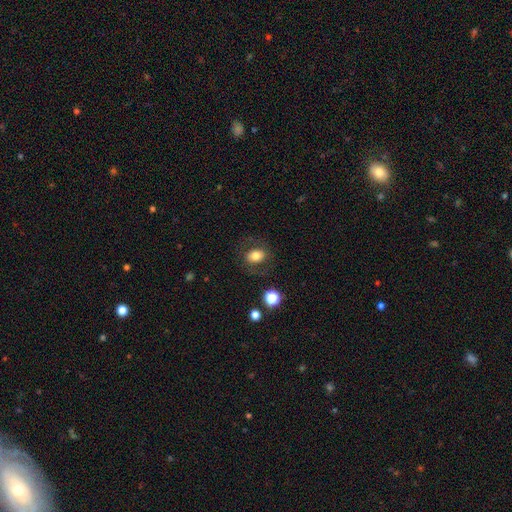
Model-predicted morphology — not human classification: This is likely a smooth galaxy (71%). How rounded: likely in between (66%). Merging: likely none (76%).